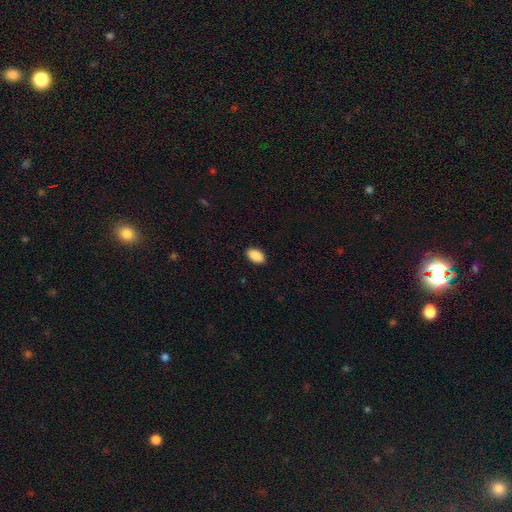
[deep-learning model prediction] Smooth or featured?
  - smooth: 90% *
  - star or artifact: 7%
  - featured or disk: 3%
How rounded?
  - in between: 94% *
  - round: 5%
  - cigar-shaped: 2%
Merging?
  - none: 90% *
  - minor disturbance: 7%
  - major disturbance: 2%
  - merger: 1%